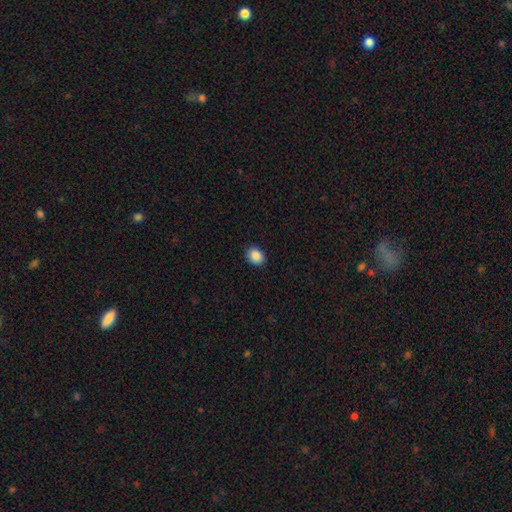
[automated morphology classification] smooth-or-featured: smooth: 89% | star or artifact: 8% | featured or disk: 3%
  how-rounded: in between: 60% | round: 39% | cigar-shaped: 1%
  merging: none: 90% | minor disturbance: 7% | major disturbance: 2% | merger: 1%